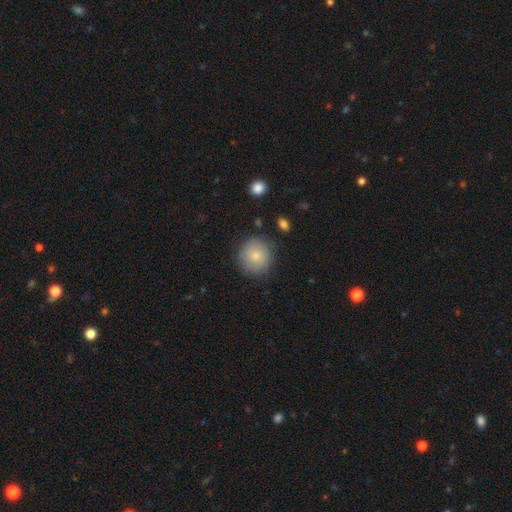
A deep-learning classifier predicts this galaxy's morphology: Q: Smooth or featured?
A: smooth (75%); runner-up: featured or disk (17%)
Q: How rounded?
A: round (92%); runner-up: in between (7%)
Q: Merging?
A: none (81%); runner-up: minor disturbance (13%)